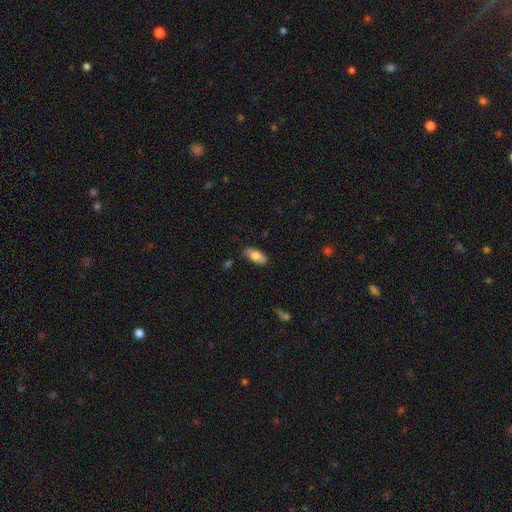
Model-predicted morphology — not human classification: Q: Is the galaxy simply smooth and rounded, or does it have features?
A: smooth — 80%.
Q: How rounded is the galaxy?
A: in between — 90%.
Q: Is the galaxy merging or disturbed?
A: none — 85%.